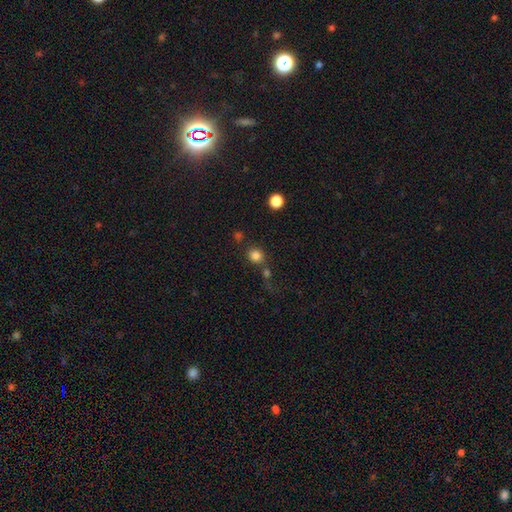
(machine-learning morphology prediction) Q: Smooth or featured?
A: smooth (82%); runner-up: star or artifact (13%)
Q: How rounded?
A: round (81%); runner-up: in between (18%)
Q: Merging?
A: none (66%); runner-up: merger (19%)